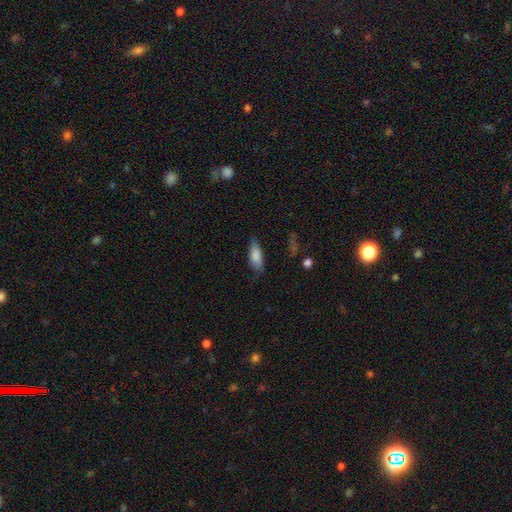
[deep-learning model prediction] Smooth or featured? Predicted: smooth (p=0.80). How rounded? Predicted: in between (p=0.74). Merging? Predicted: none (p=0.68).